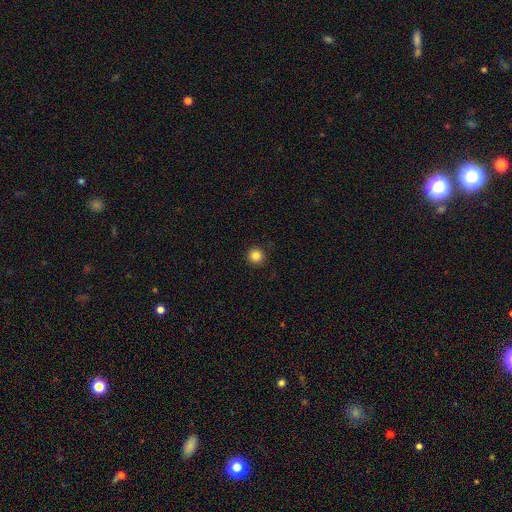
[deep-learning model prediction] This appears to be a smooth galaxy with no disk features (84%) that is round (95%). Merging: none (92%).